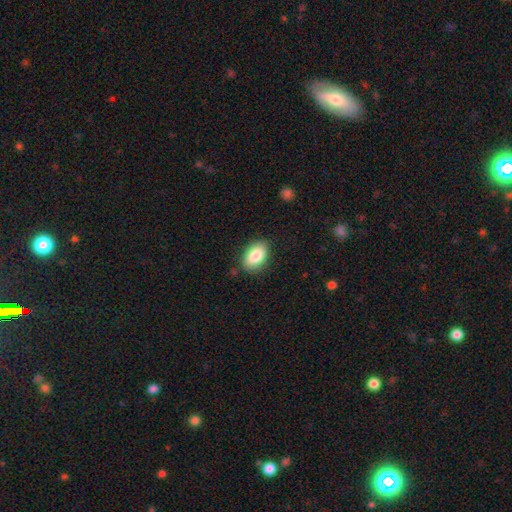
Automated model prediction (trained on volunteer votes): Smooth or featured: smooth — 85% (featured or disk — 8%)
How rounded: in between — 90% (round — 8%)
Merging: none — 83% (minor disturbance — 13%)